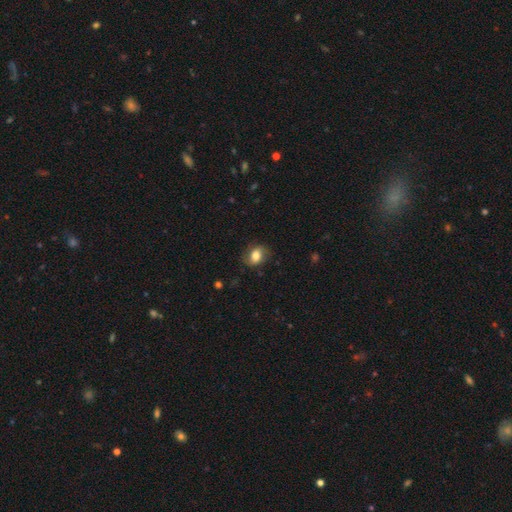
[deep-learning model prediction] Smooth or featured? smooth (67%)
How rounded? in between (60%)
Merging? none (75%)